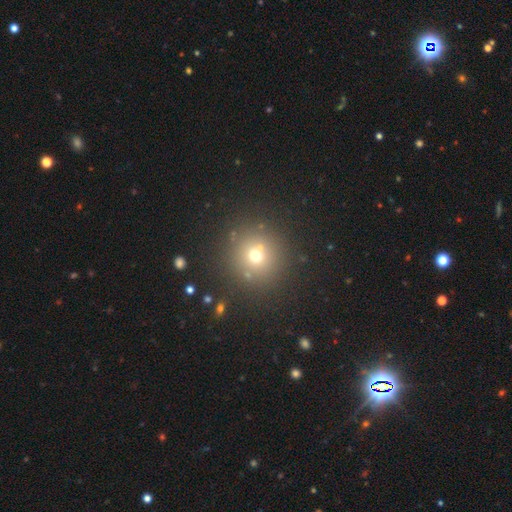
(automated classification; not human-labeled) Overall: smooth (65%). How rounded: round (94%). Merging: none (80%).